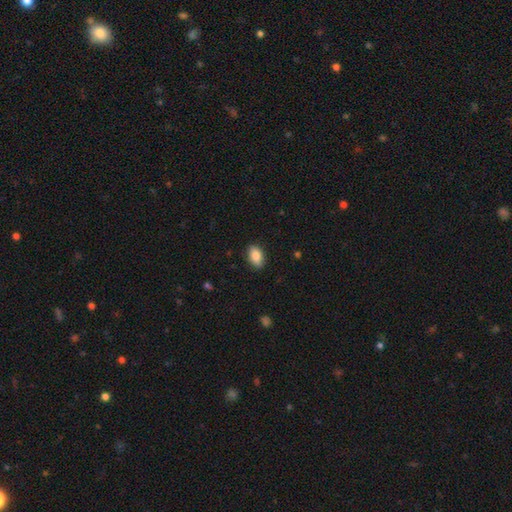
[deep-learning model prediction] smooth 85%, featured or disk 8%, star or artifact 7%. Down the decision tree: how rounded — in between (91%); merging — none (87%).